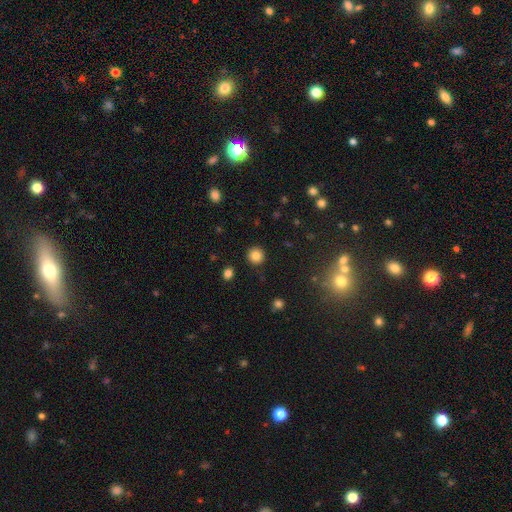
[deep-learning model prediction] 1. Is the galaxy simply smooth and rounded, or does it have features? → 84% smooth, 11% star or artifact, 6% featured or disk.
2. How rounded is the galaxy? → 94% round, 5% in between, 1% cigar-shaped.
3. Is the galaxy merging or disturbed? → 91% none, 5% minor disturbance, 2% major disturbance, 2% merger.